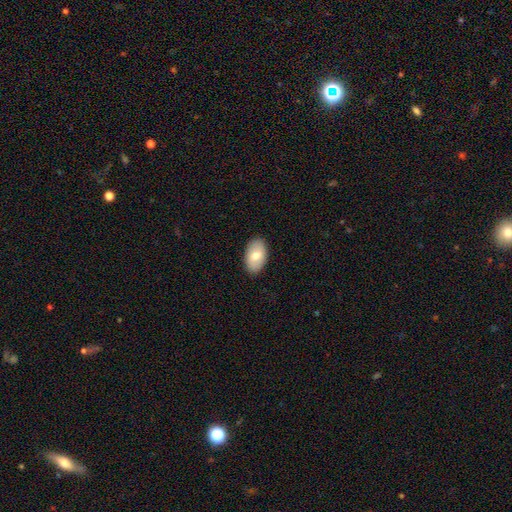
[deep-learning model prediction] smooth-or-featured: smooth: 74% | featured or disk: 20% | star or artifact: 6%
  how-rounded: in between: 93% | round: 5% | cigar-shaped: 1%
  merging: none: 89% | minor disturbance: 9% | major disturbance: 2% | merger: 1%